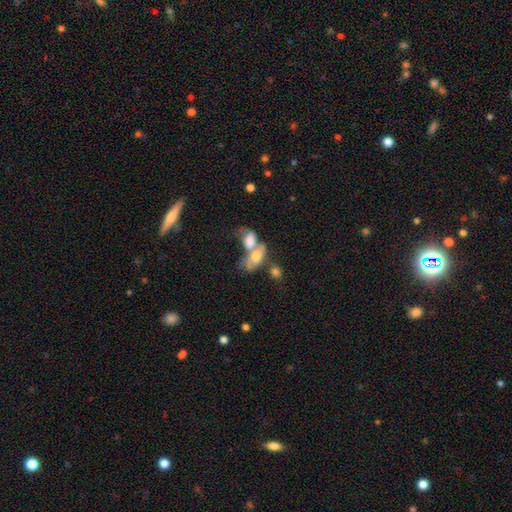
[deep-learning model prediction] Smooth or featured: smooth — 58% (featured or disk — 32%)
How rounded: in between — 85% (round — 10%)
Merging: merger — 68% (none — 14%)